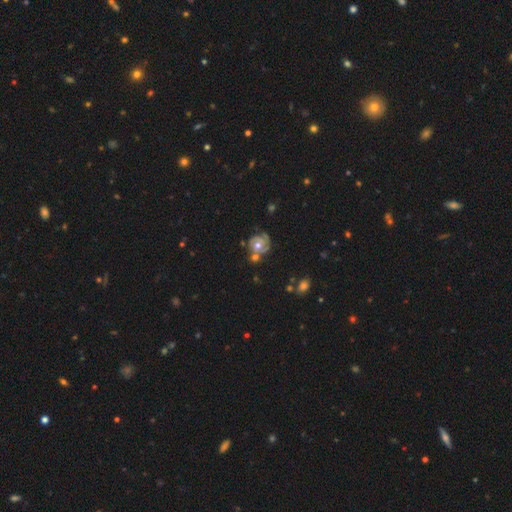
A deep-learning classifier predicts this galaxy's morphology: smooth-or-featured: featured or disk: 56% | smooth: 27% | star or artifact: 17%
  disk-edge-on: no: 96% | yes: 4%
    bar: no: 78% | weak: 17% | strong: 5%
    has-spiral-arms: yes: 74% | no: 26%
    bulge-size: moderate: 69% | small: 24% | large: 4% | none: 2% | dominant: 1%
  merging: none: 61% | minor disturbance: 17% | merger: 14% | major disturbance: 8%